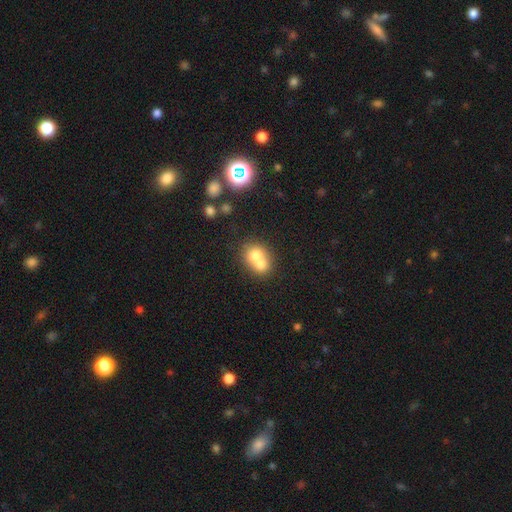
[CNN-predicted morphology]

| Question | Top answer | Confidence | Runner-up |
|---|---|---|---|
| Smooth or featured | smooth | 69% | featured or disk (19%) |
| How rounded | round | 71% | in between (28%) |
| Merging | merger | 67% | none (25%) |